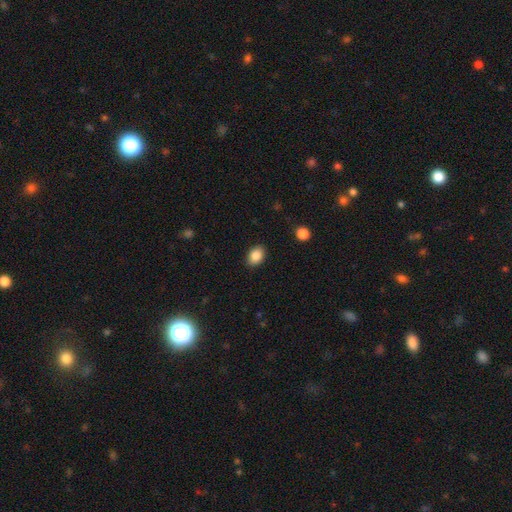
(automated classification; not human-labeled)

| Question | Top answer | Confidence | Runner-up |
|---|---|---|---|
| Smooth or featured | smooth | 87% | star or artifact (8%) |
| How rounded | in between | 75% | round (24%) |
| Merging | none | 88% | minor disturbance (9%) |